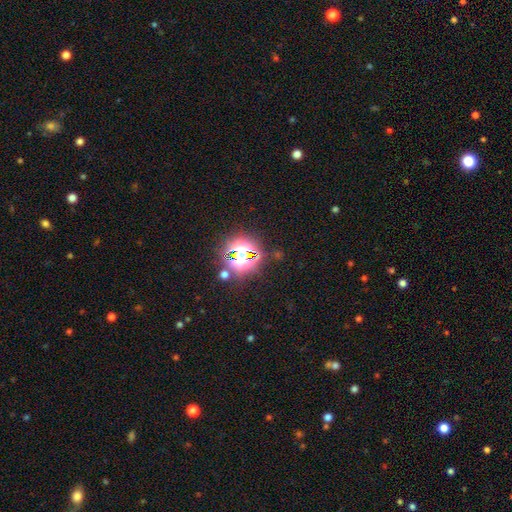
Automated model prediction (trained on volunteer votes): Morphology: type=star or artifact (80%).